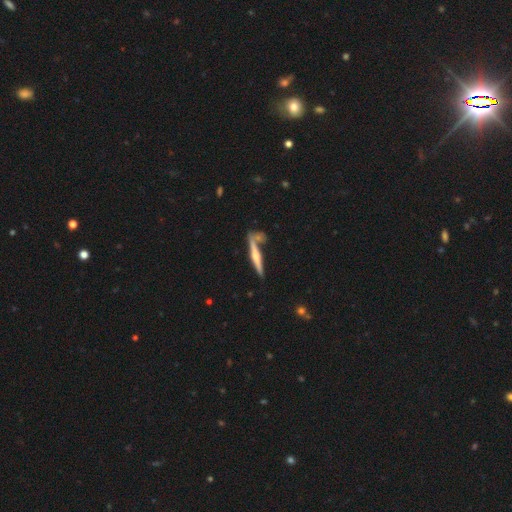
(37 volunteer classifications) Volunteers were most divided on "smooth or featured": featured or disk: 73%, smooth: 24%, star or artifact: 3%. More confident: edge-on disk — yes (100%); edge-on bulge — rounded (96%); merging — none (78%).